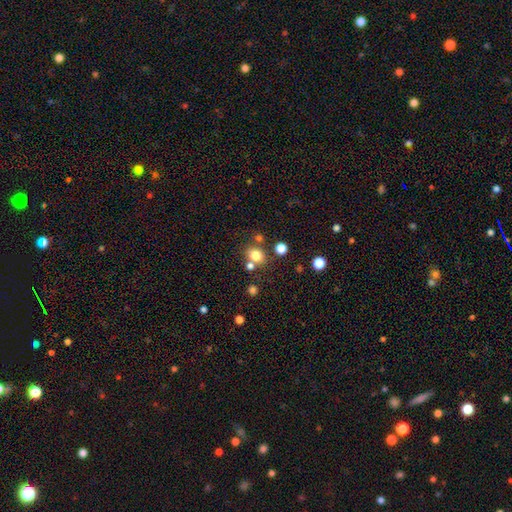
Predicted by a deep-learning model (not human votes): Smooth or featured: smooth — 78% (star or artifact — 14%)
How rounded: round — 62% (in between — 37%)
Merging: none — 68% (merger — 17%)